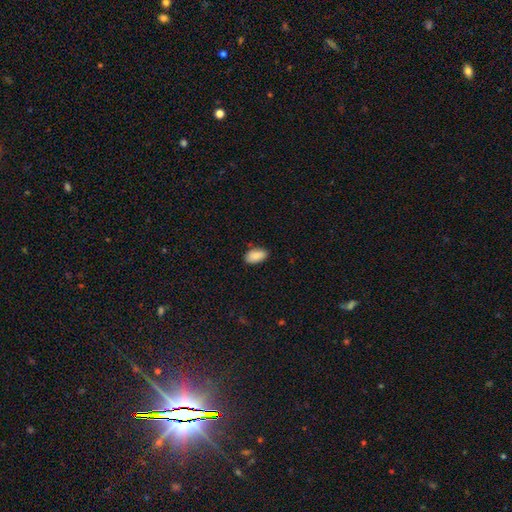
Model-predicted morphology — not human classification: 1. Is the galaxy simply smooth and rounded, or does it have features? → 87% smooth, 7% star or artifact, 6% featured or disk.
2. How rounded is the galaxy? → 94% in between, 4% round, 2% cigar-shaped.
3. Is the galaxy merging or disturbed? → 82% none, 14% minor disturbance, 2% major disturbance, 2% merger.